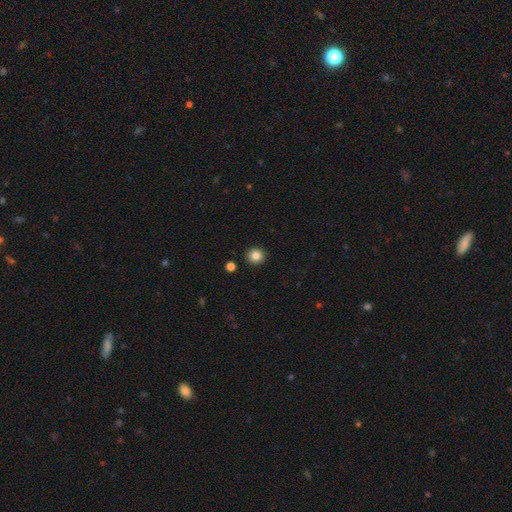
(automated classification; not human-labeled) smooth_or_featured: smooth (p=0.84) [alt: star or artifact p=0.10]
how_rounded: round (p=0.88) [alt: in between p=0.11]
merging: none (p=0.92) [alt: minor disturbance p=0.05]